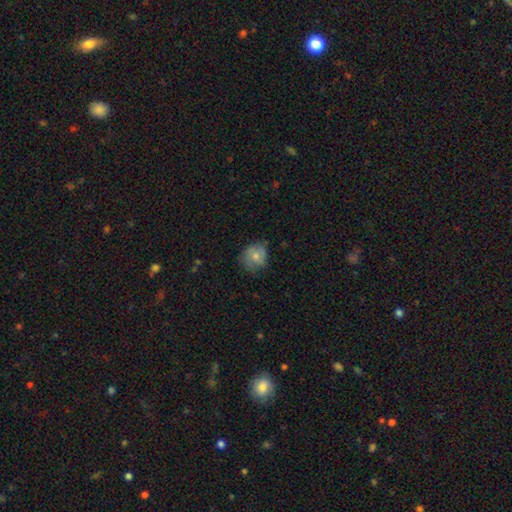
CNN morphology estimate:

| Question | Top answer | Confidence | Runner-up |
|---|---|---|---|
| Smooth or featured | smooth | 65% | featured or disk (27%) |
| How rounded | round | 71% | in between (28%) |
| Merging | none | 58% | minor disturbance (30%) |